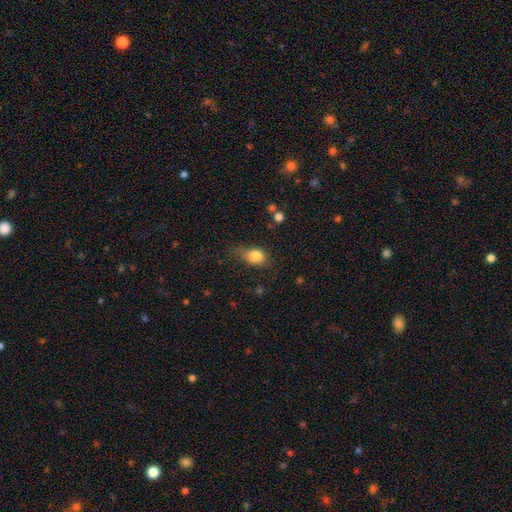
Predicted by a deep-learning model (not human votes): Smooth or featured? Predicted: smooth (p=0.81). How rounded? Predicted: in between (p=0.53). Merging? Predicted: none (p=0.42).